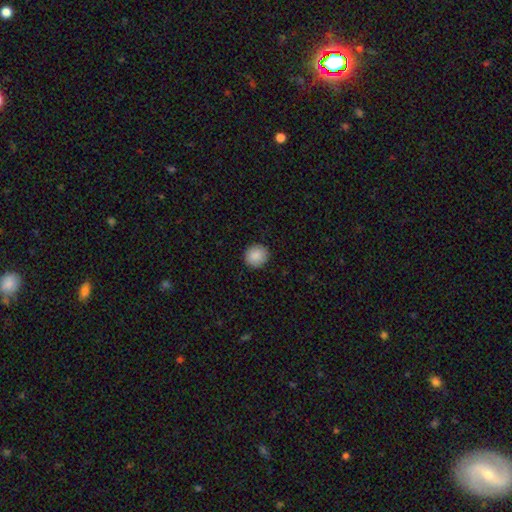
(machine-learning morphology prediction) The model was most divided on "how rounded": round: 90%, in between: 9%, cigar-shaped: 1%. More confident: merging — none (91%); smooth or featured — smooth (88%).